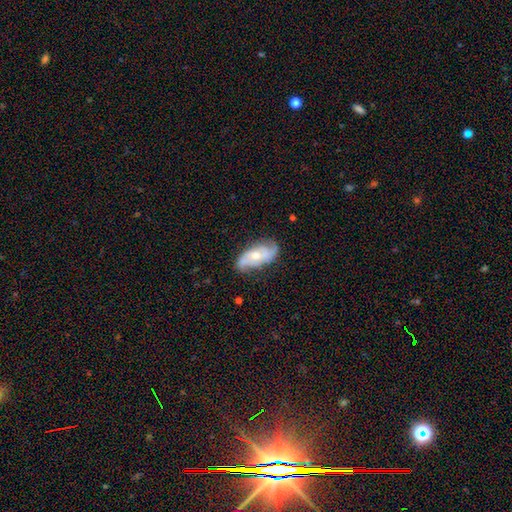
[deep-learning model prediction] Smooth or featured? featured or disk (72%)
Edge-on disk? no (92%)
Bar? no (65%)
Spiral arms? yes (90%)
Spiral winding? medium (42%)
Spiral arm count? 2 (60%)
Bulge size? moderate (60%)
Merging? none (68%)